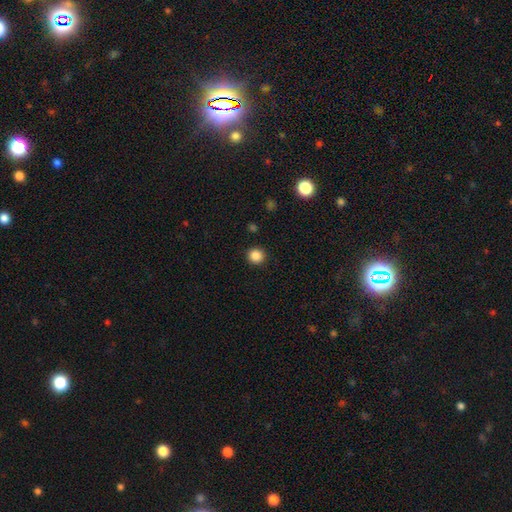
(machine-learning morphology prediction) This is clearly a smooth galaxy (85%). How rounded: clearly round (93%). Merging: clearly none (92%).